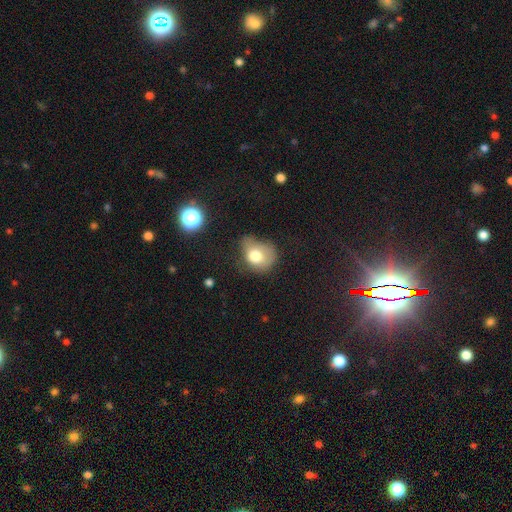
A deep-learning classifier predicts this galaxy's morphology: Smooth or featured?
  - smooth: 73% *
  - featured or disk: 17%
  - star or artifact: 11%
How rounded?
  - round: 50% *
  - in between: 49%
  - cigar-shaped: 1%
Merging?
  - minor disturbance: 38% *
  - major disturbance: 30%
  - none: 28%
  - merger: 4%